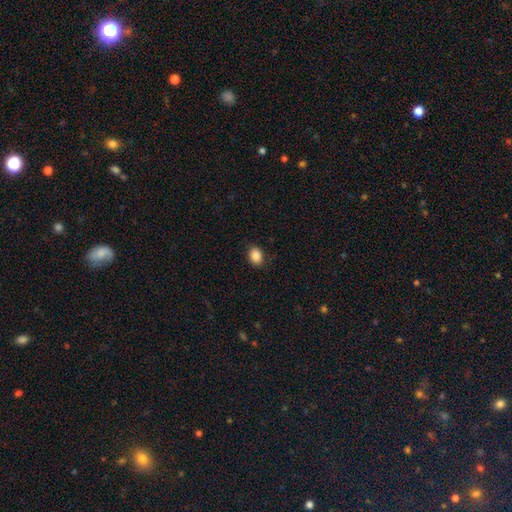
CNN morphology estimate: Smooth or featured? smooth (88%)
How rounded? in between (65%)
Merging? none (87%)